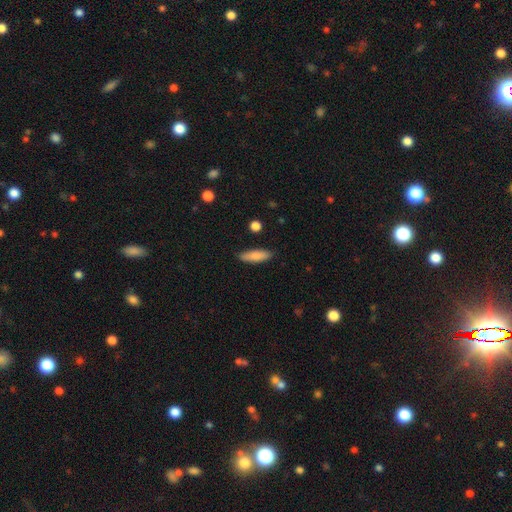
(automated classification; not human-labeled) smooth 84%, featured or disk 10%, star or artifact 6%. Down the decision tree: how rounded — cigar-shaped (54%); merging — none (86%).